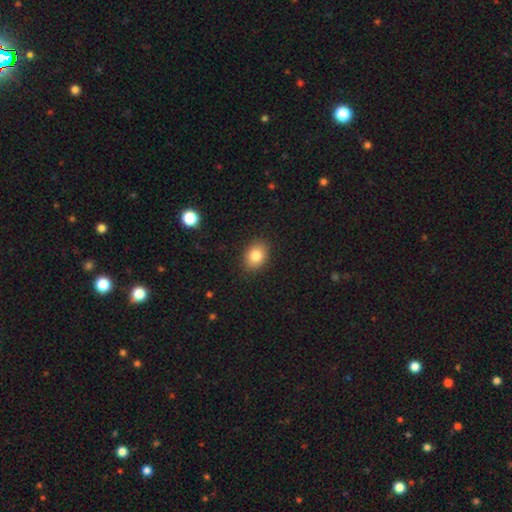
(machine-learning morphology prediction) Smooth or featured?
  - smooth: 82% *
  - star or artifact: 9%
  - featured or disk: 8%
How rounded?
  - in between: 62% *
  - round: 37%
  - cigar-shaped: 1%
Merging?
  - none: 88% *
  - minor disturbance: 9%
  - major disturbance: 2%
  - merger: 1%